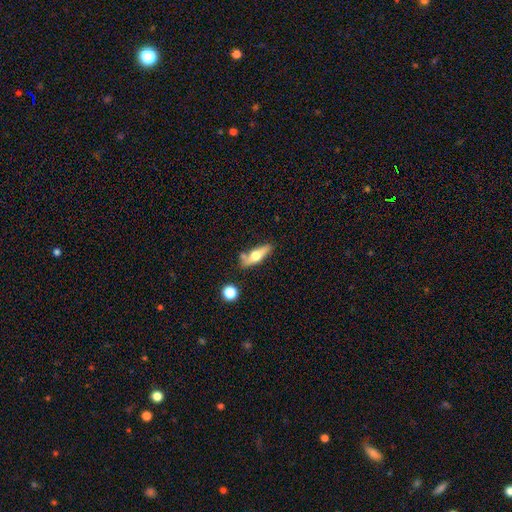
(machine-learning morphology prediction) Smooth or featured? Predicted: featured or disk (p=0.48). Merging? Predicted: none (p=0.68).